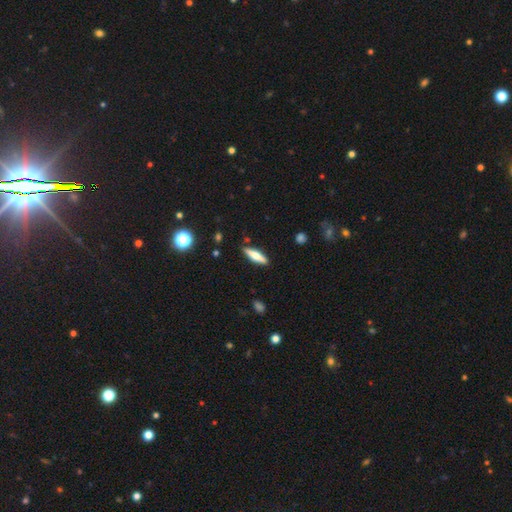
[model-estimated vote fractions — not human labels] Smooth or featured? Predicted: smooth (p=0.54). How rounded? Predicted: cigar-shaped (p=0.68). Merging? Predicted: none (p=0.87).